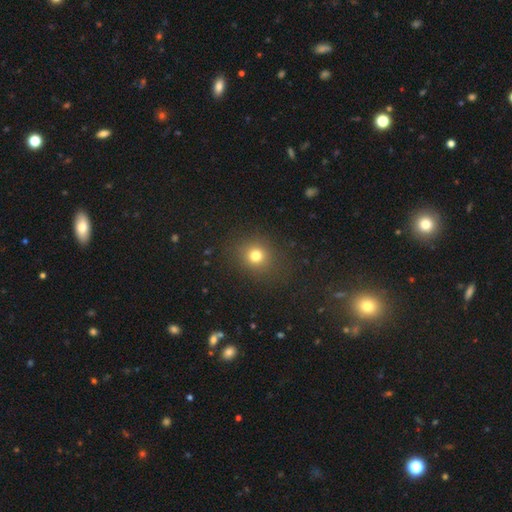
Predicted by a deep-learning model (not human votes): Overall: smooth (76%). How rounded: round (82%). Merging: none (86%).